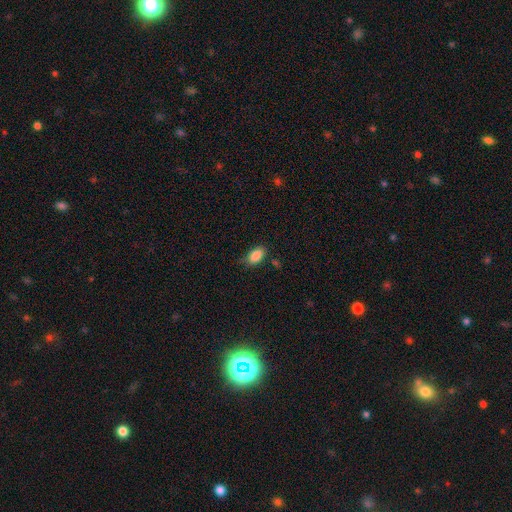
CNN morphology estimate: This appears to be a smooth galaxy with no disk features (88%) that is in between round and cigar-shaped (91%). Merging: none (68%).